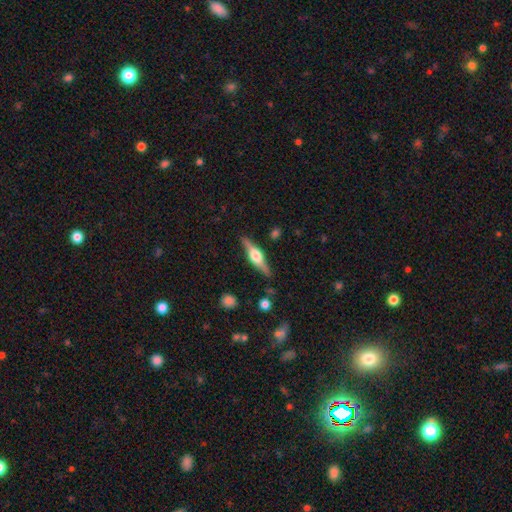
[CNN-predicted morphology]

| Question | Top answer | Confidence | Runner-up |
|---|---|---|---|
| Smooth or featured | featured or disk | 75% | smooth (20%) |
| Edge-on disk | yes | 97% | no (3%) |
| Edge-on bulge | rounded | 91% | boxy (7%) |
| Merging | none | 87% | minor disturbance (9%) |